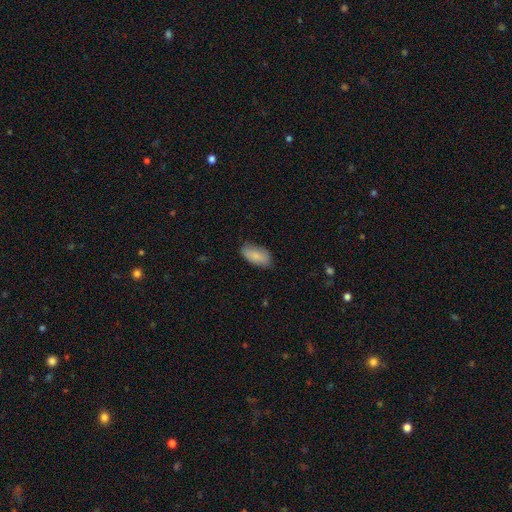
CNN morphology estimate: Smooth or featured: smooth — 83% (featured or disk — 11%)
How rounded: in between — 93% (cigar-shaped — 4%)
Merging: none — 75% (minor disturbance — 20%)